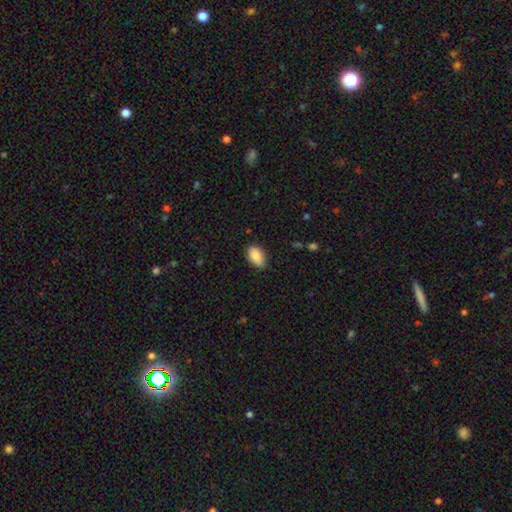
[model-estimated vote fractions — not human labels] smooth-or-featured: smooth: 89% | star or artifact: 7% | featured or disk: 4%
  how-rounded: in between: 92% | round: 7% | cigar-shaped: 1%
  merging: none: 80% | minor disturbance: 16% | major disturbance: 3% | merger: 1%